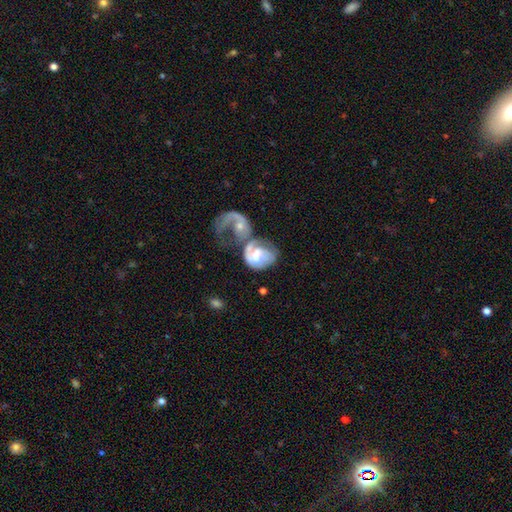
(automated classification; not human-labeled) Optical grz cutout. It shows a featured or disk galaxy (65%) with no bar (51%), spiral arms (73%) and a moderate central bulge (45%). Merging: merger (61%).